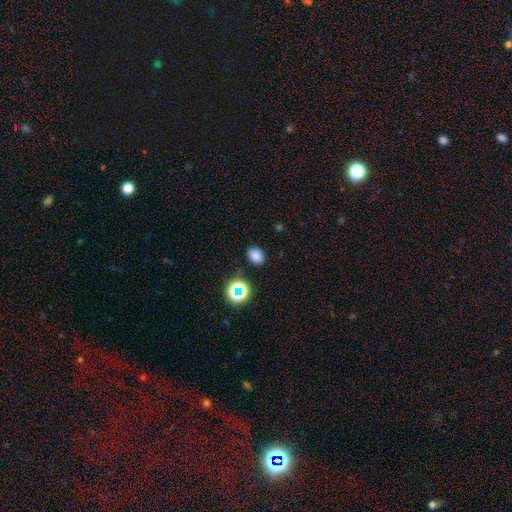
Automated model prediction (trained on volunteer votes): Overall: smooth (79%). How rounded: in between (62%; round 37%). Merging: none (84%).